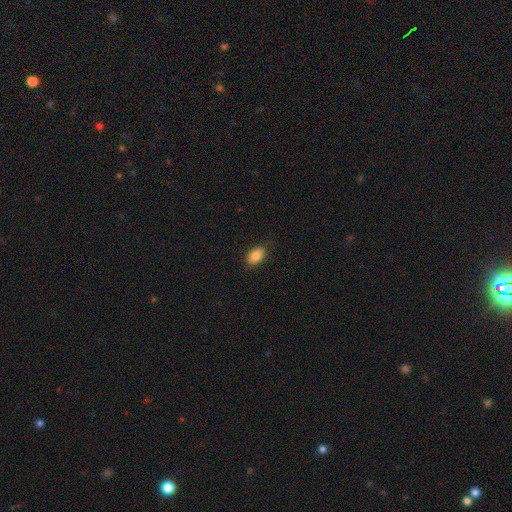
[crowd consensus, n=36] Smooth or featured? 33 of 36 (92%) said smooth. How rounded? 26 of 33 (79%) said in between. Merging? 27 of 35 (77%) said none.